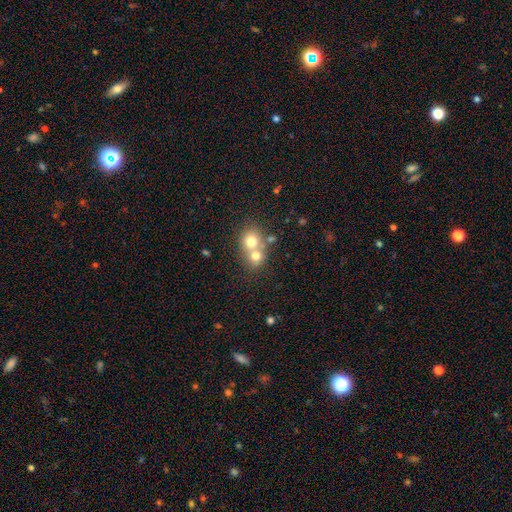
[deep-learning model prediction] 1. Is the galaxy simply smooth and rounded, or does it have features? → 70% smooth, 19% featured or disk, 11% star or artifact.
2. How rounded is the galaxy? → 74% round, 25% in between, 1% cigar-shaped.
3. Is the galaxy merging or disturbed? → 64% merger, 29% none, 5% minor disturbance, 2% major disturbance.